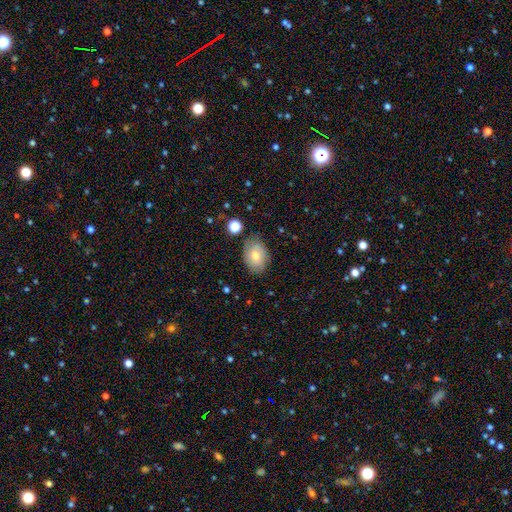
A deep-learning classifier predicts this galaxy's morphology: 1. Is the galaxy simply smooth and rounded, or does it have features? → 69% smooth, 23% featured or disk, 8% star or artifact.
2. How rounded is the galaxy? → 82% in between, 17% round, 1% cigar-shaped.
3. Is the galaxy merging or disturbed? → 76% none, 17% minor disturbance, 4% major disturbance, 2% merger.